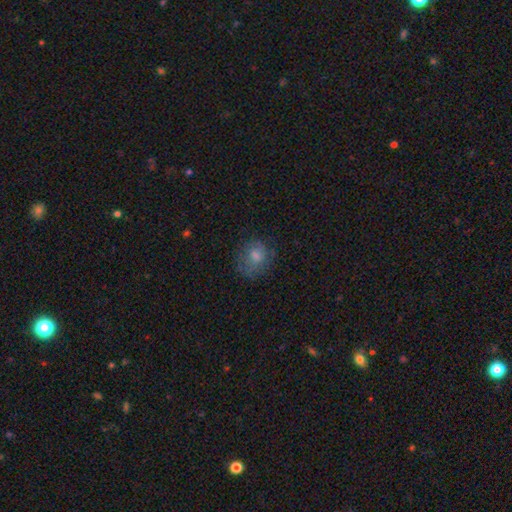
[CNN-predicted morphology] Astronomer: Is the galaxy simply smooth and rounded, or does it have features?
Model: smooth — 67%.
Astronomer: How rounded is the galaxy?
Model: round — 70%.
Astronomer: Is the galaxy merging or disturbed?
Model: none — 68%.